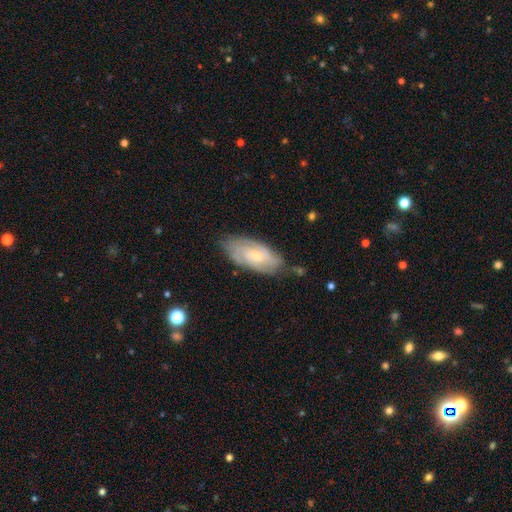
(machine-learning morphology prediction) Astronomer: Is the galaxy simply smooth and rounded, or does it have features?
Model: featured or disk — 69%.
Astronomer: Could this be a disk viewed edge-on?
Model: no — 92%.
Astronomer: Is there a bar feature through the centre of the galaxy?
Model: no — 67%.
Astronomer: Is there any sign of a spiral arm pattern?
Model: yes — 90%.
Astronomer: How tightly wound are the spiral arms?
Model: tight — 58%.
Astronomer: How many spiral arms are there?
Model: can't tell — 39% (runner-up: 2, 26%).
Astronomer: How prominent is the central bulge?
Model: small — 67%.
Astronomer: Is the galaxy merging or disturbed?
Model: none — 70%.